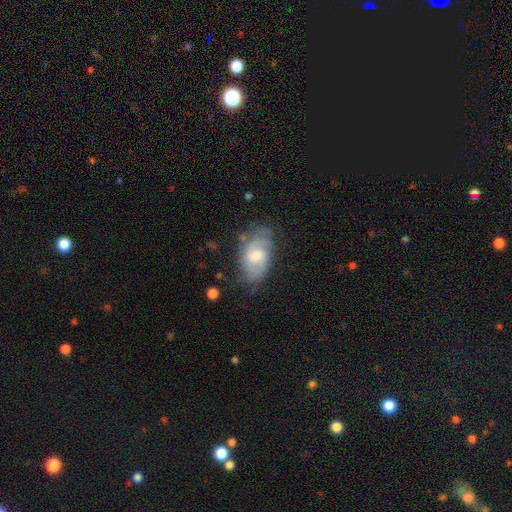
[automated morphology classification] A featured or disk galaxy (66%) with a weak bar (58%), 2 (71%) medium (48%) spiral arms (89%) and a moderate central bulge (50%). Merging: none (67%).